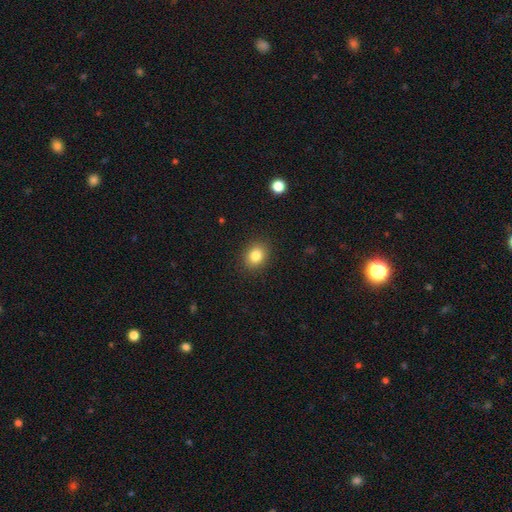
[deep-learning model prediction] A smooth galaxy with no disk features (82%) that is round (55%). Merging: none (89%).